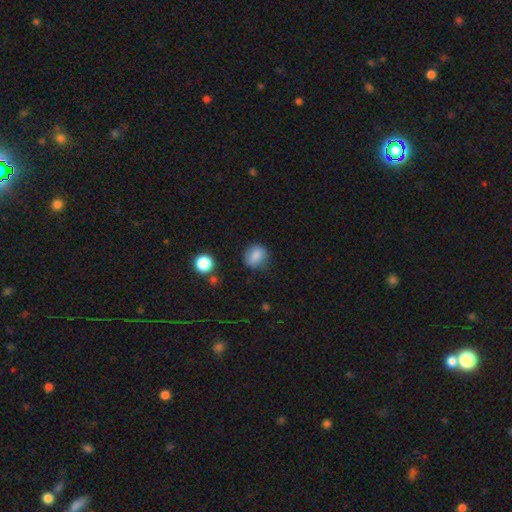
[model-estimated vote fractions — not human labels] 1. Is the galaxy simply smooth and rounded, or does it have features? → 84% smooth, 9% star or artifact, 6% featured or disk.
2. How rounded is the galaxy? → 71% round, 28% in between, 1% cigar-shaped.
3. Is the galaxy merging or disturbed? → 77% none, 17% minor disturbance, 4% major disturbance, 2% merger.